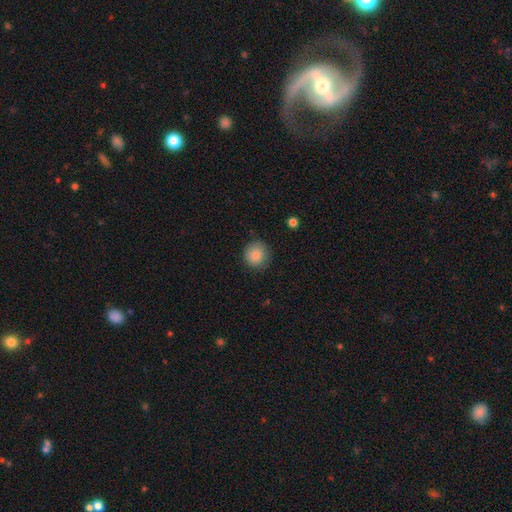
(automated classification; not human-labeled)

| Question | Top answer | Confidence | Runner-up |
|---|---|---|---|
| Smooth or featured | smooth | 86% | star or artifact (9%) |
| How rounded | round | 92% | in between (7%) |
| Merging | none | 85% | minor disturbance (11%) |